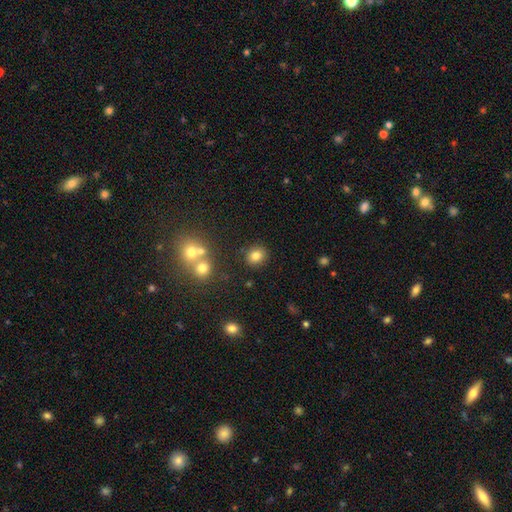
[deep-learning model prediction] Overall: smooth (81%). How rounded: round (78%). Merging: none (86%).